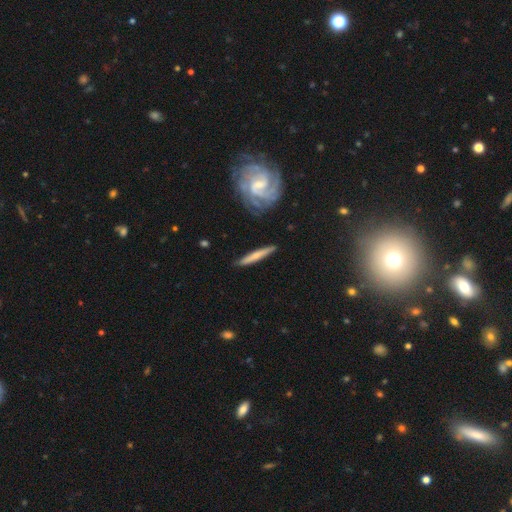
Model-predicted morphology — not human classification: A smooth galaxy with no disk features (48%). Merging: none (85%).